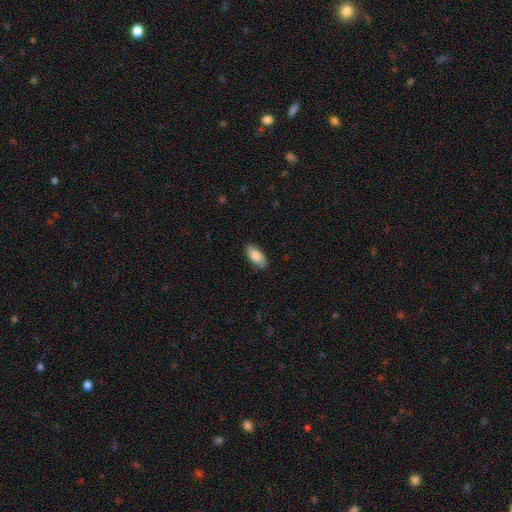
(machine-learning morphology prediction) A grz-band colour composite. It shows a smooth galaxy with no disk features (84%) that is in between round and cigar-shaped (90%). Merging: none (87%).